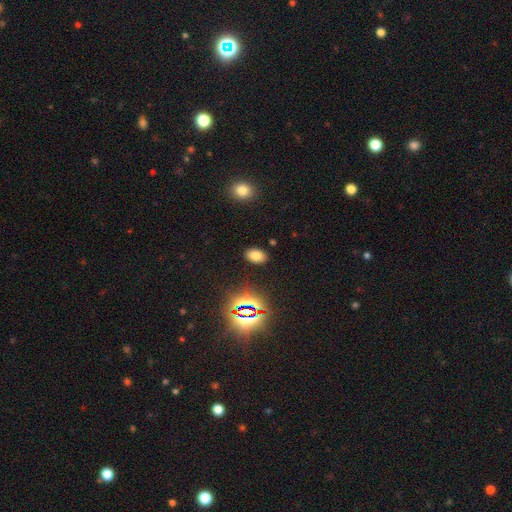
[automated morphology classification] This is likely a smooth galaxy (72%). How rounded: clearly in between (88%). Merging: clearly none (88%).